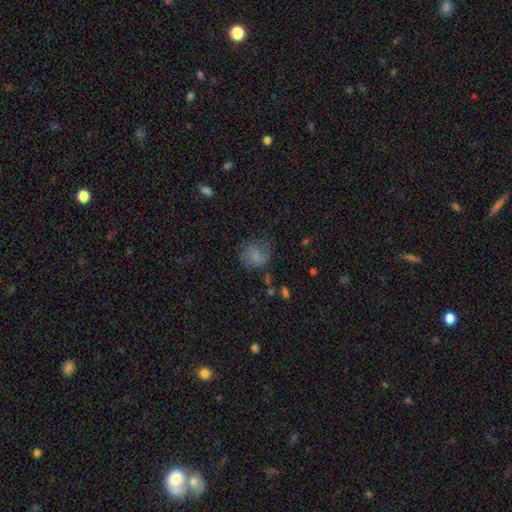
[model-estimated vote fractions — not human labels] A smooth galaxy with no disk features (67%) that is round (63%).

Vote fractions:
- Smooth or featured? smooth: 67% / featured or disk: 20% / star or artifact: 12%
- How rounded? round: 63% / in between: 36% / cigar-shaped: 1%
- Merging? none: 51% / minor disturbance: 26% / major disturbance: 21% / merger: 2%